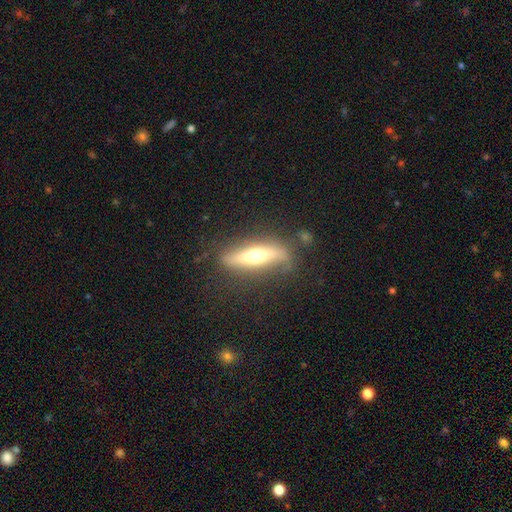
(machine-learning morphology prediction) A featured or disk galaxy (57%) viewed edge-on (80%).

Vote fractions:
- Smooth or featured? featured or disk: 57% / smooth: 37% / star or artifact: 6%
- Edge-on disk? yes: 80% / no: 20%
- Merging? none: 73% / minor disturbance: 17% / major disturbance: 6% / merger: 3%